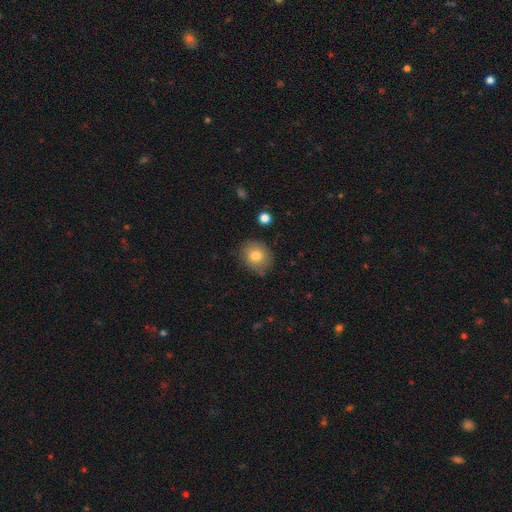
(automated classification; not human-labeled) smooth 79%, featured or disk 12%, star or artifact 9%. Down the decision tree: how rounded — round (69%); merging — none (79%).